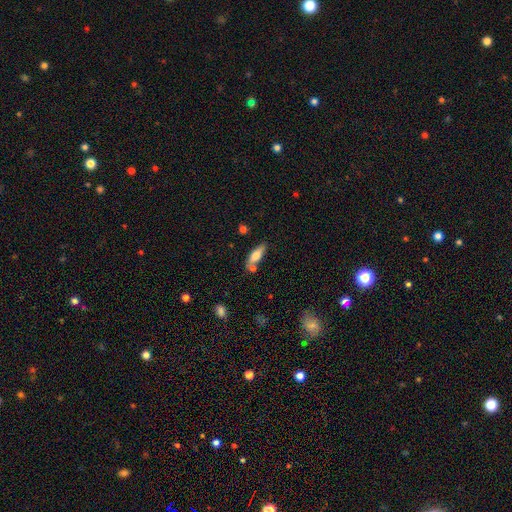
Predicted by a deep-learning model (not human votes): Smooth or featured?
  - smooth: 67% *
  - featured or disk: 27%
  - star or artifact: 6%
How rounded?
  - in between: 56% *
  - cigar-shaped: 41%
  - round: 2%
Merging?
  - none: 67% *
  - minor disturbance: 15%
  - merger: 14%
  - major disturbance: 4%